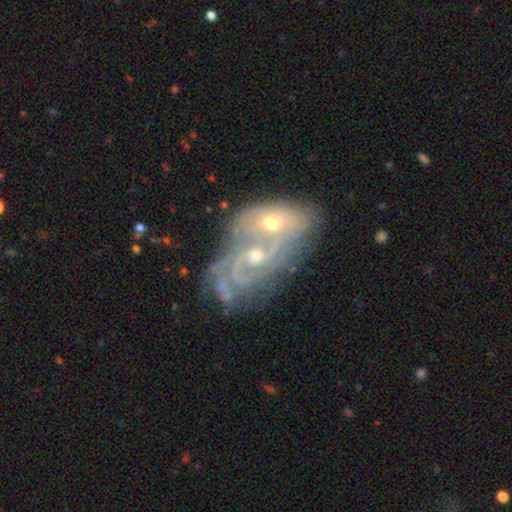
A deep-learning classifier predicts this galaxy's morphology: featured or disk 82%, smooth 10%, star or artifact 9%. Down the decision tree: edge-on disk — no (96%); bar — no (63%); spiral arms — yes (92%); spiral arm count — can't tell (37%); spiral winding — tight (60%); bulge size — small (51%); merging — merger (62%).